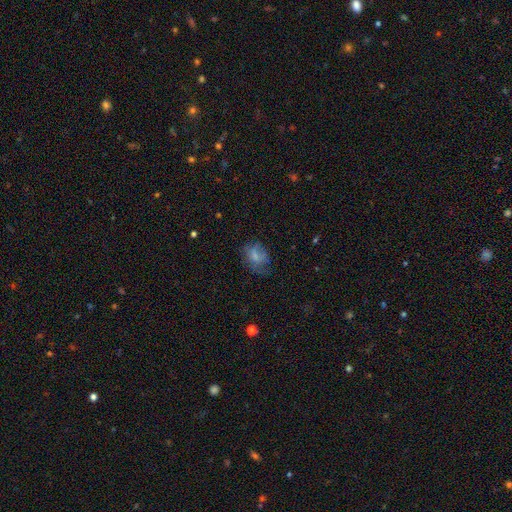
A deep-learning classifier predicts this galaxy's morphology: Overall: smooth (61%; featured or disk 27%). How rounded: in between (67%; round 31%). Merging: none (43%; minor disturbance 28%).